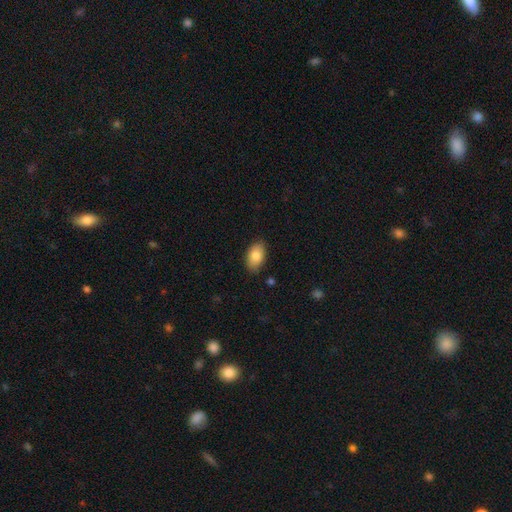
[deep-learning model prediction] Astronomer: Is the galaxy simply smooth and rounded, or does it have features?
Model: smooth — 84%.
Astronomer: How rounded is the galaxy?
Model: in between — 92%.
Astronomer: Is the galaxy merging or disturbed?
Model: none — 84%.